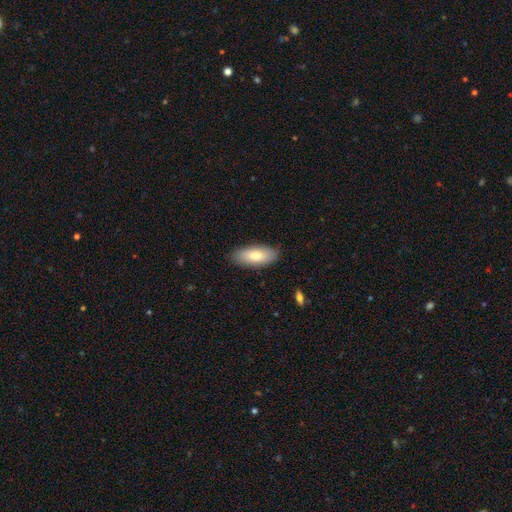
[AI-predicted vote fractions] Overall: smooth (80%). How rounded: in between (84%). Merging: none (86%).